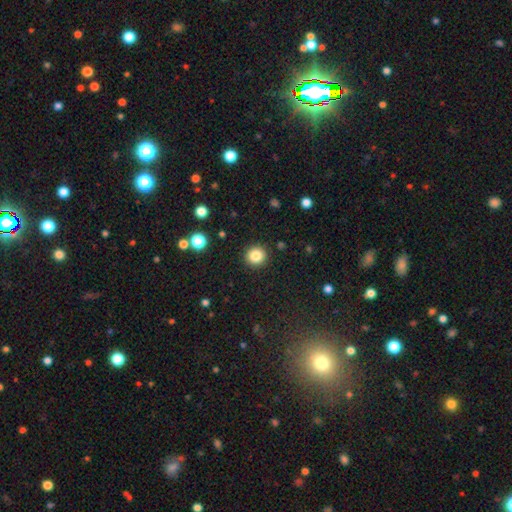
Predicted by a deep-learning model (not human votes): A smooth galaxy with no disk features (84%) that is round (91%).

Vote fractions:
- Smooth or featured? smooth: 84% / star or artifact: 11% / featured or disk: 5%
- How rounded? round: 91% / in between: 8% / cigar-shaped: 1%
- Merging? none: 91% / minor disturbance: 5% / major disturbance: 2% / merger: 1%